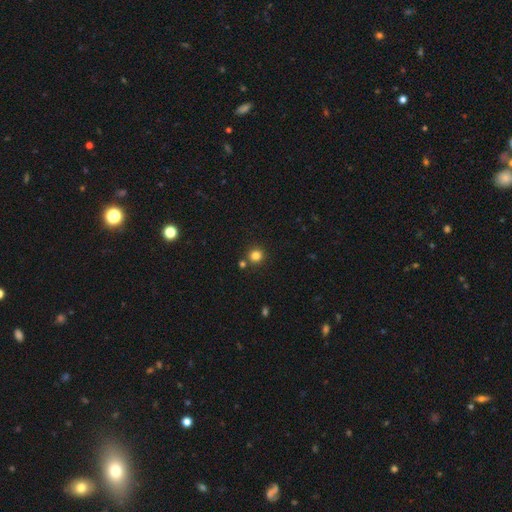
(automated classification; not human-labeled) This appears to be a smooth galaxy with no disk features (81%) that is round (94%). Merging: none (82%).